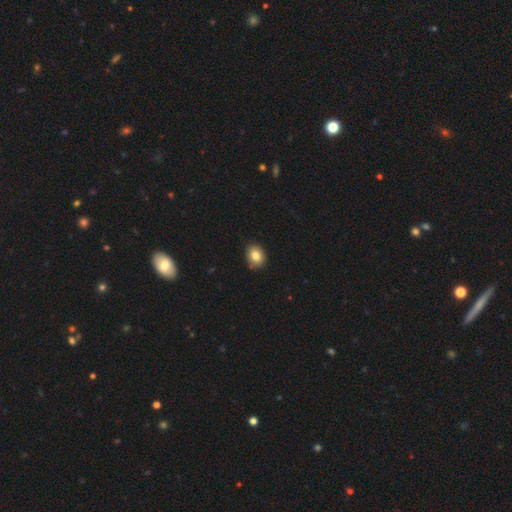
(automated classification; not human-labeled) smooth-or-featured: smooth: 83% | star or artifact: 9% | featured or disk: 8%
  how-rounded: in between: 52% | round: 47% | cigar-shaped: 1%
  merging: none: 85% | minor disturbance: 11% | major disturbance: 2% | merger: 1%